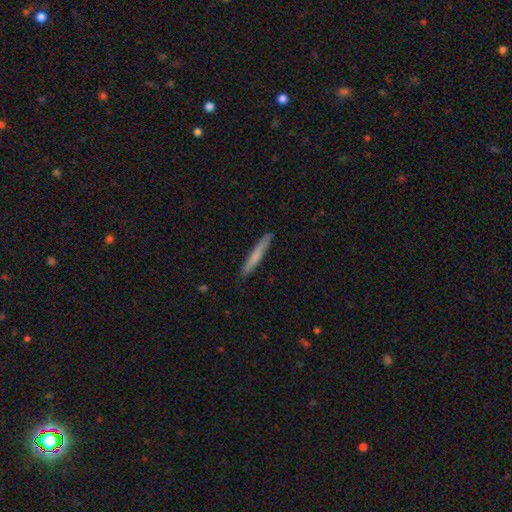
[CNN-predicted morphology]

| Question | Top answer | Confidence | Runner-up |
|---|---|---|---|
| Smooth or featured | smooth | 68% | featured or disk (27%) |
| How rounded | cigar-shaped | 96% | in between (3%) |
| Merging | none | 90% | minor disturbance (8%) |